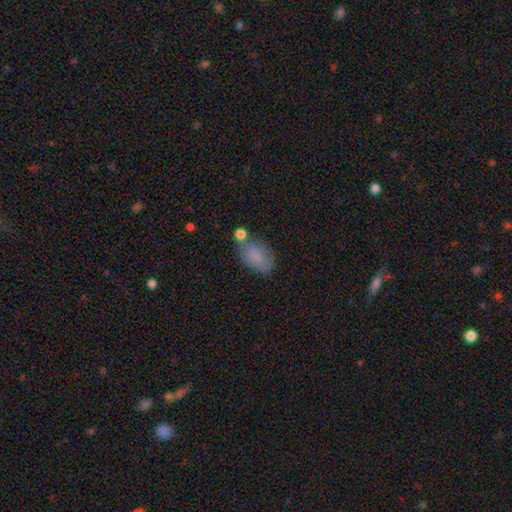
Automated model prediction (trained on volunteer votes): A smooth galaxy with no disk features (80%) that is in between round and cigar-shaped (88%). Merging: none (53%).